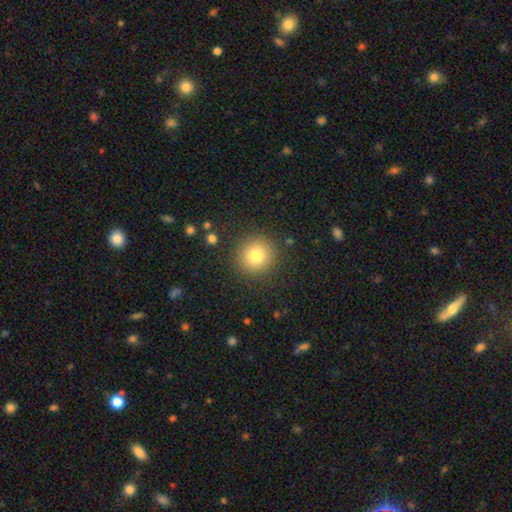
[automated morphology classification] Smooth or featured?
  - smooth: 79% *
  - star or artifact: 12%
  - featured or disk: 9%
How rounded?
  - round: 93% *
  - in between: 6%
  - cigar-shaped: 1%
Merging?
  - none: 88% *
  - minor disturbance: 7%
  - major disturbance: 3%
  - merger: 2%